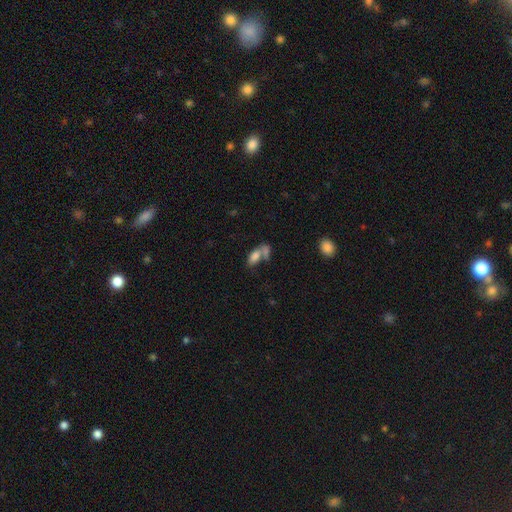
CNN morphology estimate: This appears to be a smooth galaxy with no disk features (78%) that is in between round and cigar-shaped (86%). Merging: merger (55%).